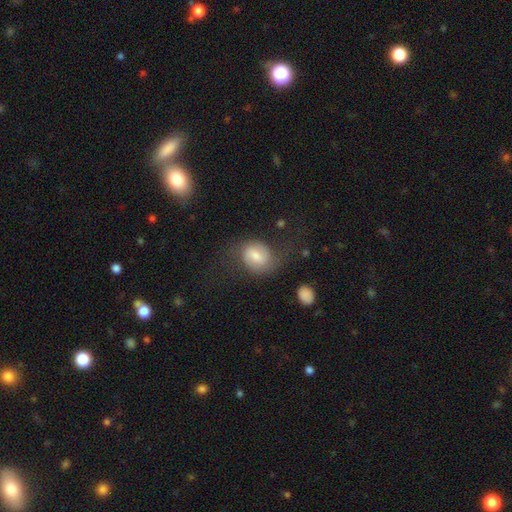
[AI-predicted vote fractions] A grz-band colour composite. It shows a smooth galaxy with no disk features (49%). Merging: none (55%).